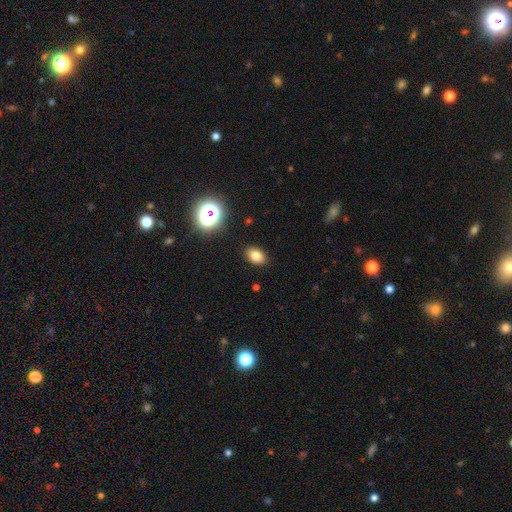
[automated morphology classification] The model was most divided on "how rounded": in between: 79%, round: 19%, cigar-shaped: 1%. More confident: merging — none (88%); smooth or featured — smooth (79%).